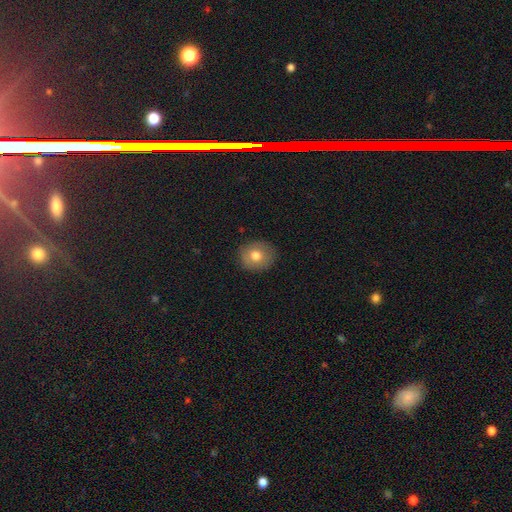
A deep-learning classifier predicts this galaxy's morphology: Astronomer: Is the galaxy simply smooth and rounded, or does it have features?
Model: smooth — 73%.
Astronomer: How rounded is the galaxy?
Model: round — 79%.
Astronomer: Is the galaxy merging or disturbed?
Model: none — 86%.